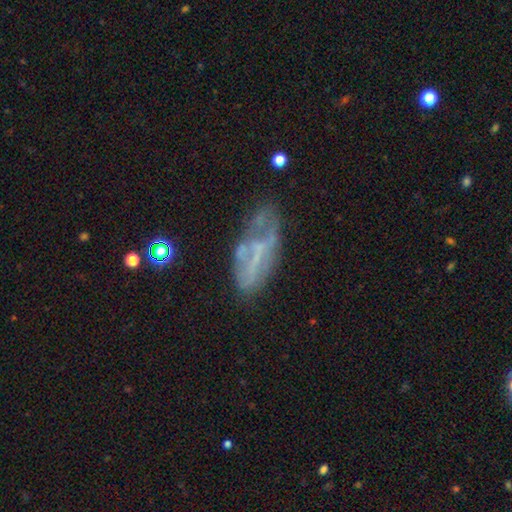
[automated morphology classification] Overall: featured or disk (57%; smooth 29%). Edge-on disk: no (87%). Merging: none (47%; minor disturbance 27%).